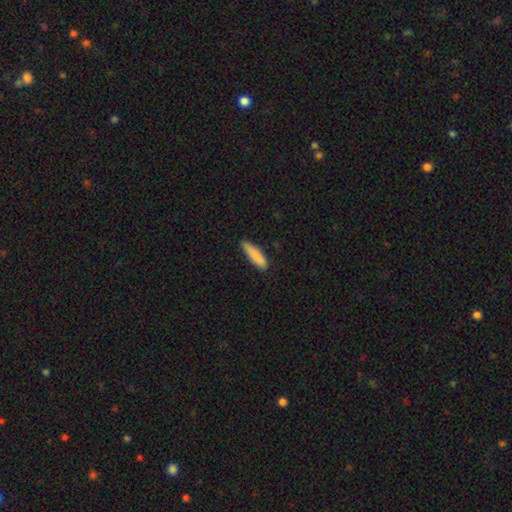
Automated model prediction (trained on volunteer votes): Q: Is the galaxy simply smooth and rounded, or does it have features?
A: smooth — 85%.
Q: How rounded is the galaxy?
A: cigar-shaped — 72%.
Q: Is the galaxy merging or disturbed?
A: none — 74%.